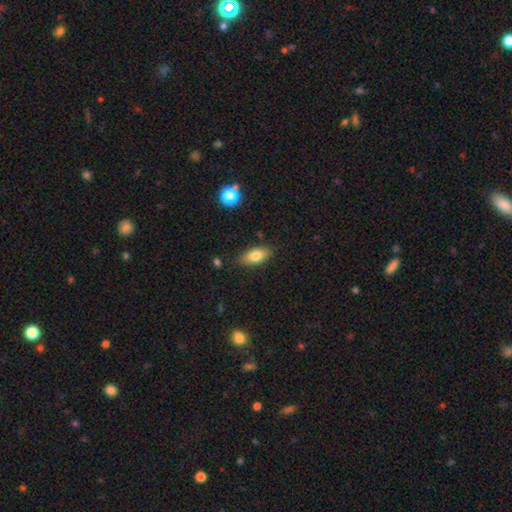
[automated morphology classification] Smooth or featured? smooth (77%)
How rounded? in between (84%)
Merging? none (84%)